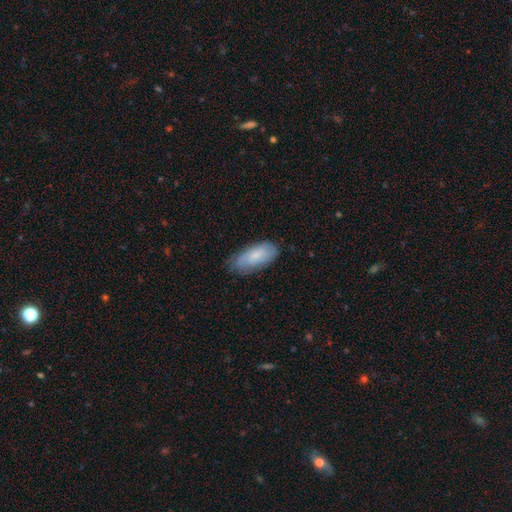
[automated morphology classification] smooth 69%, featured or disk 24%, star or artifact 7%. Down the decision tree: how rounded — in between (86%); merging — none (72%).